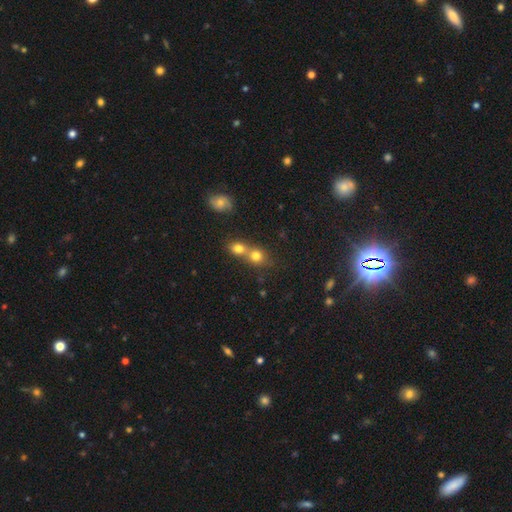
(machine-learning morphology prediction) Smooth or featured: smooth — 75% (star or artifact — 13%)
How rounded: round — 77% (in between — 21%)
Merging: merger — 57% (none — 34%)